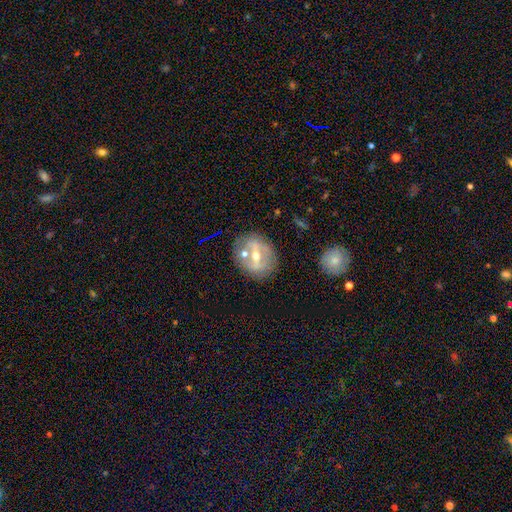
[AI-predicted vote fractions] smooth-or-featured: featured or disk: 68% | smooth: 23% | star or artifact: 9%
  disk-edge-on: no: 87% | yes: 13%
    bar: strong: 58% | weak: 27% | no: 15%
    has-spiral-arms: no: 74% | yes: 26%
    bulge-size: moderate: 64% | small: 31% | large: 3% | none: 1% | dominant: 1%
  merging: none: 75% | minor disturbance: 13% | merger: 8% | major disturbance: 4%